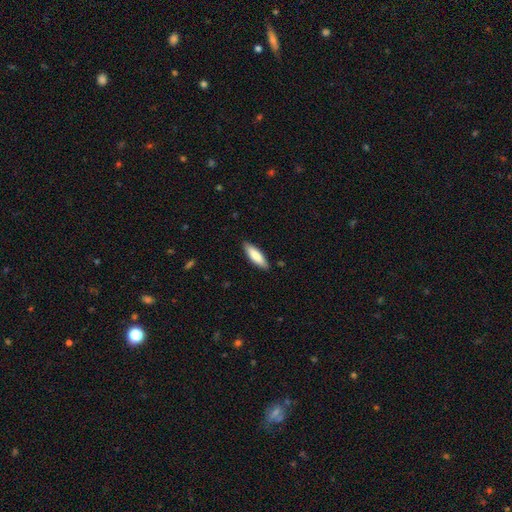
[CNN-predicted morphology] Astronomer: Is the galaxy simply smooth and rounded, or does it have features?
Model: smooth — 81%.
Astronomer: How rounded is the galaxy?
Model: cigar-shaped — 56% (runner-up: in between, 43%).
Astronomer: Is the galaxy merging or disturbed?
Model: none — 87%.